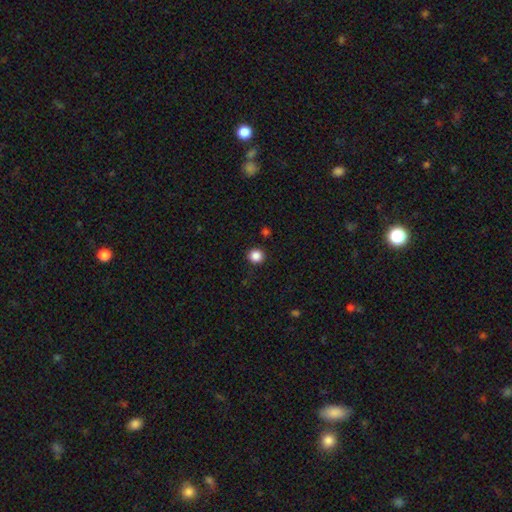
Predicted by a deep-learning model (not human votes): Smooth or featured: smooth — 86% (star or artifact — 11%)
How rounded: round — 94% (in between — 5%)
Merging: none — 92% (minor disturbance — 5%)